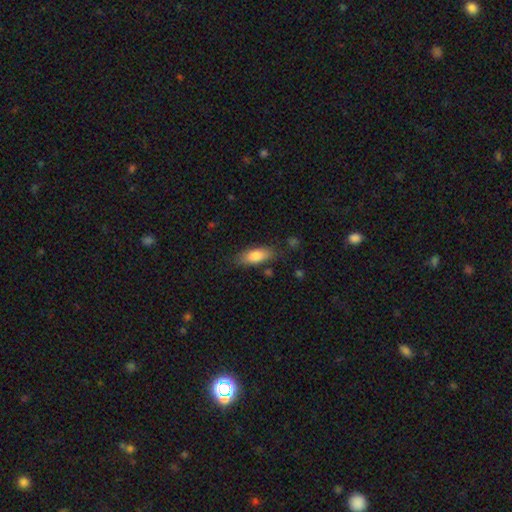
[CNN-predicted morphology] Smooth or featured? Predicted: smooth (p=0.79). How rounded? Predicted: in between (p=0.75). Merging? Predicted: none (p=0.78).